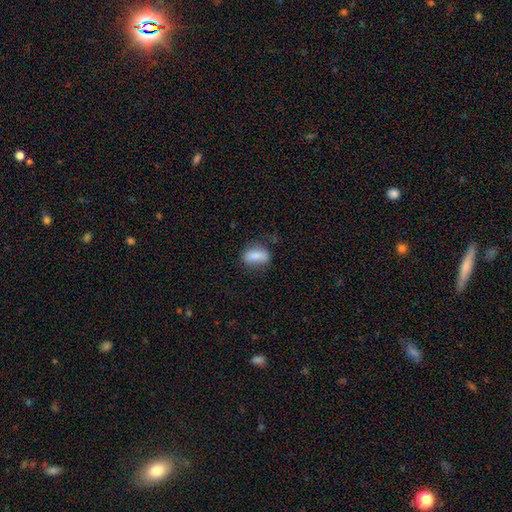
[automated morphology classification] smooth-or-featured: smooth: 80% | featured or disk: 12% | star or artifact: 8%
  how-rounded: in between: 79% | cigar-shaped: 13% | round: 8%
  merging: none: 67% | minor disturbance: 23% | major disturbance: 8% | merger: 2%